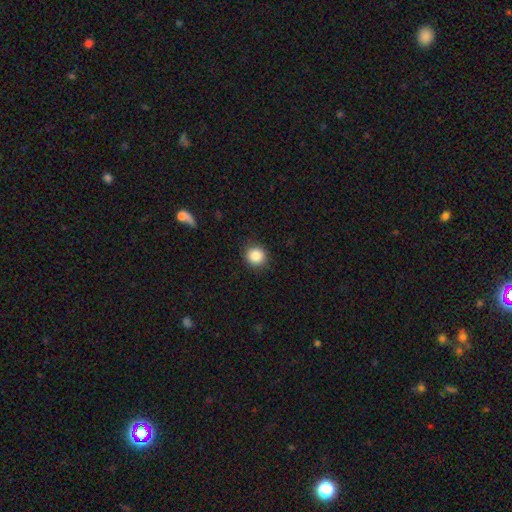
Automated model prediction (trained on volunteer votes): A smooth galaxy with no disk features (87%) that is round (89%).

Vote fractions:
- Smooth or featured? smooth: 87% / star or artifact: 9% / featured or disk: 4%
- How rounded? round: 89% / in between: 10% / cigar-shaped: 1%
- Merging? none: 89% / minor disturbance: 8% / major disturbance: 2% / merger: 1%